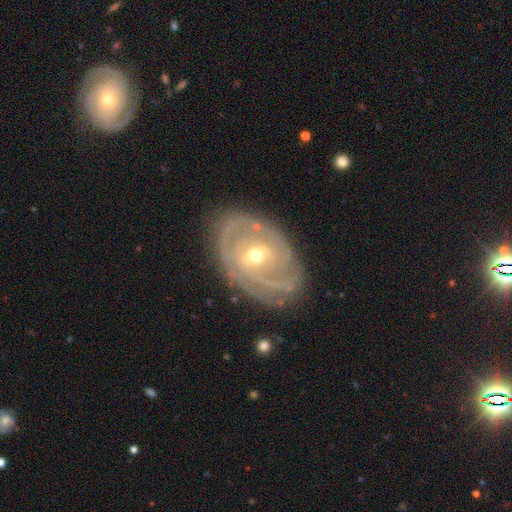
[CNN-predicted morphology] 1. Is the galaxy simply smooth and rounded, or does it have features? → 85% featured or disk, 10% smooth, 5% star or artifact.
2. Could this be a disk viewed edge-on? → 96% no, 4% yes.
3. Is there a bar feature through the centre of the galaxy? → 46% weak, 35% no, 20% strong.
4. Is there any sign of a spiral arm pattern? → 91% yes, 9% no.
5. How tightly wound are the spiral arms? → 66% tight, 26% medium, 8% loose.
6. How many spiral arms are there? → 37% 2, 28% can't tell, 19% 3, 6% 4, 5% 1, 4% more than 4.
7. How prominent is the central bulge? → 56% moderate, 40% small, 2% large, 1% none, 1% dominant.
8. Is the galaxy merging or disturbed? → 76% none, 17% minor disturbance, 6% major disturbance, 2% merger.